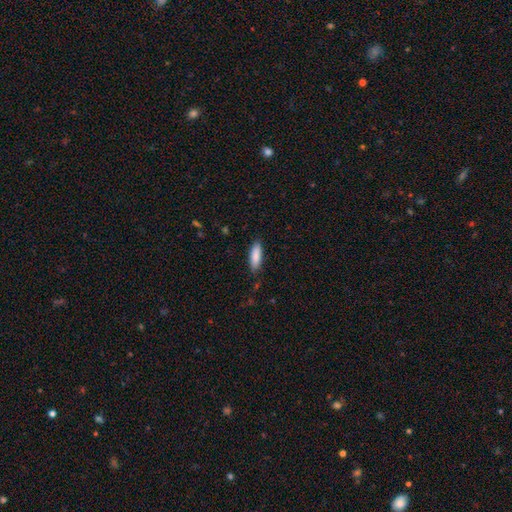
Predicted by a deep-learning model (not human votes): This appears to be a smooth galaxy with no disk features (88%) that is in between round and cigar-shaped (53%). Merging: none (86%).